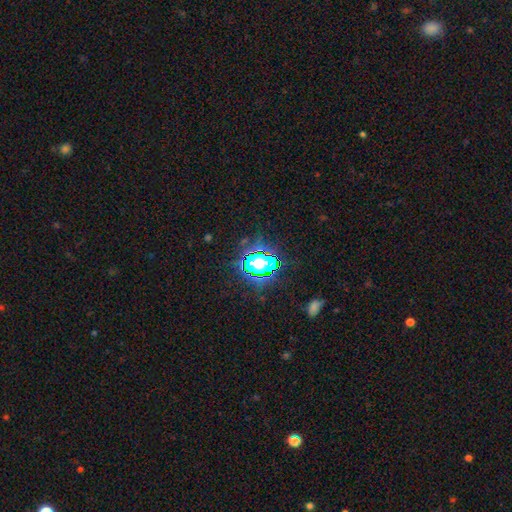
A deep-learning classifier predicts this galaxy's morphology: Q: Smooth or featured?
A: star or artifact (81%); runner-up: smooth (12%)